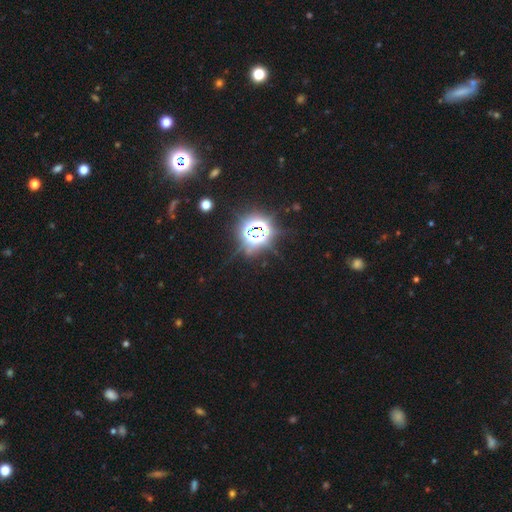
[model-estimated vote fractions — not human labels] Smooth or featured? star or artifact (83%)